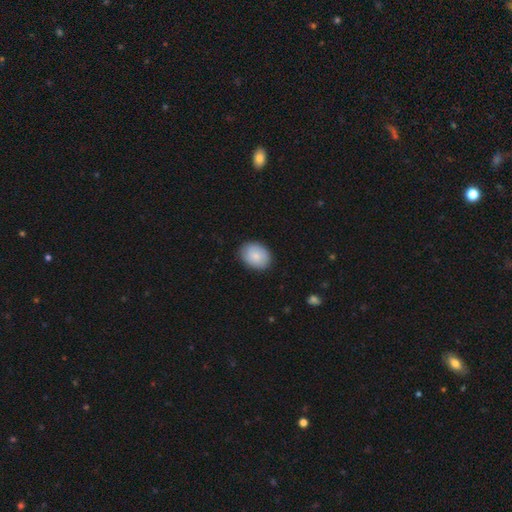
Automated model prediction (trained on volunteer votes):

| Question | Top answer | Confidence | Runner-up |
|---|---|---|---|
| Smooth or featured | smooth | 85% | featured or disk (9%) |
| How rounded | in between | 62% | round (37%) |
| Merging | none | 87% | minor disturbance (10%) |